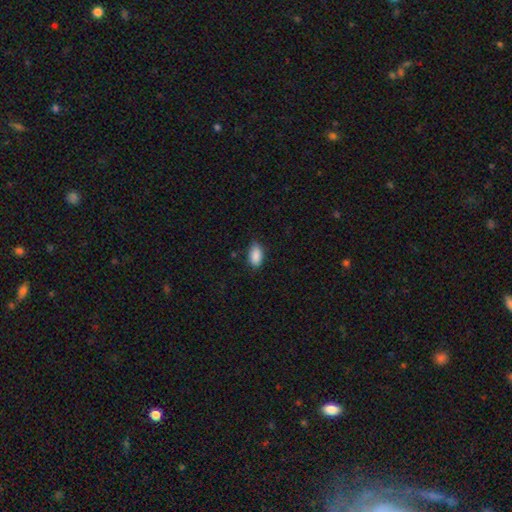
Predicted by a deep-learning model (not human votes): This is clearly a smooth galaxy (90%). How rounded: clearly in between (93%). Merging: likely none (79%).